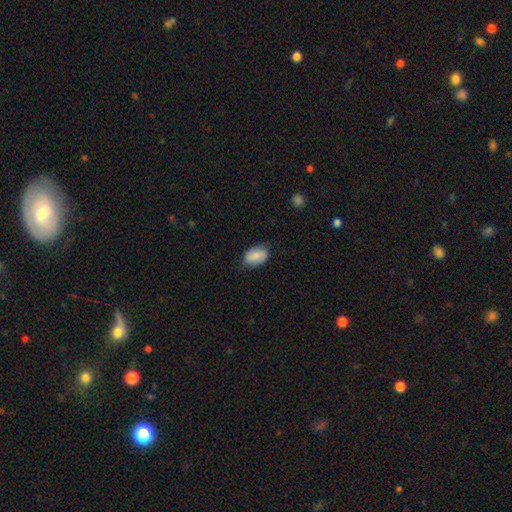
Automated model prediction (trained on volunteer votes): Smooth or featured? smooth (72%)
How rounded? in between (90%)
Merging? none (74%)